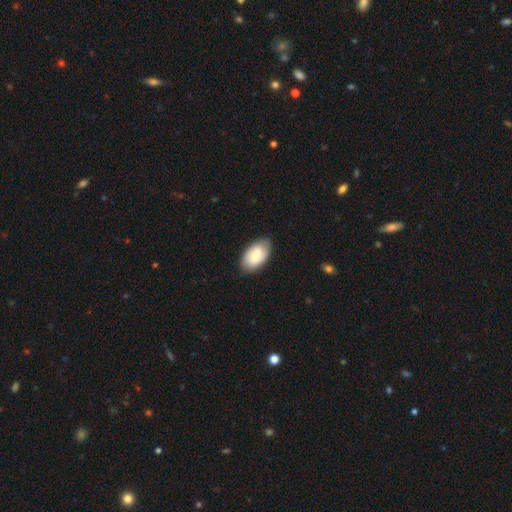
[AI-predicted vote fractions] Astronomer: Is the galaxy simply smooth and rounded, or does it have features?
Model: smooth — 73%.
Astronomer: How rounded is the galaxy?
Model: in between — 94%.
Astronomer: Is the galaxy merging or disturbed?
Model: none — 82%.